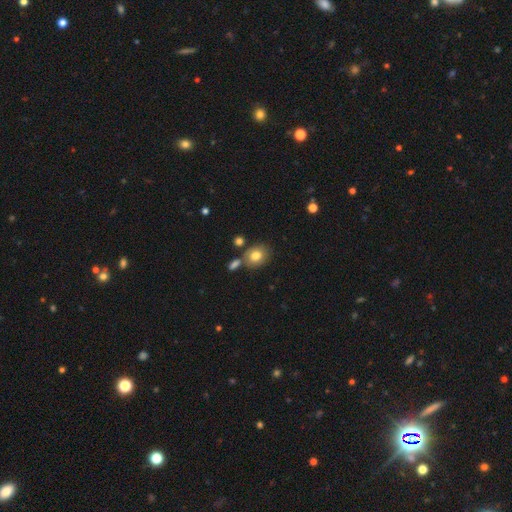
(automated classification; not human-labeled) Smooth or featured? smooth (80%)
How rounded? round (57%)
Merging? none (68%)